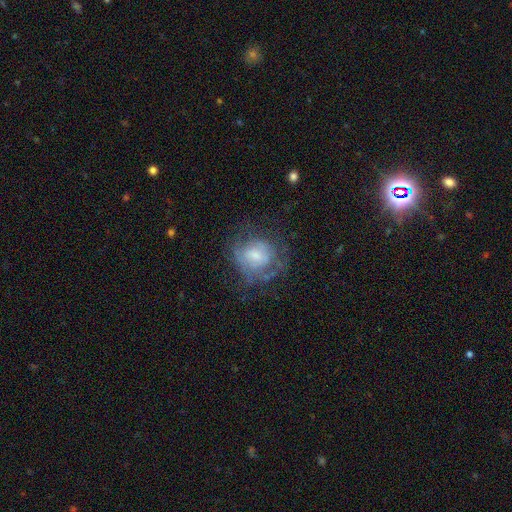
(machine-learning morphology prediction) Smooth or featured: featured or disk — 53% (smooth — 37%)
Edge-on disk: no — 97% (yes — 3%)
Bar: no — 53% (weak — 40%)
Spiral arms: yes — 54% (no — 46%)
Bulge size: small — 43% (moderate — 39%)
Merging: none — 55% (minor disturbance — 22%)